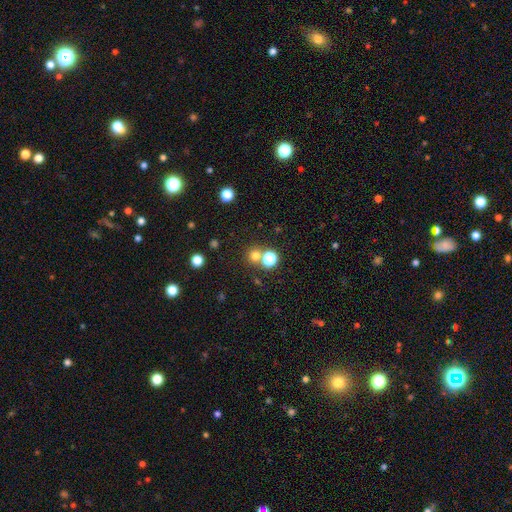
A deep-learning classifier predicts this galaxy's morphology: smooth-or-featured: smooth: 70% | star or artifact: 22% | featured or disk: 7%
  how-rounded: round: 90% | in between: 9% | cigar-shaped: 1%
  merging: none: 68% | merger: 23% | minor disturbance: 6% | major disturbance: 3%